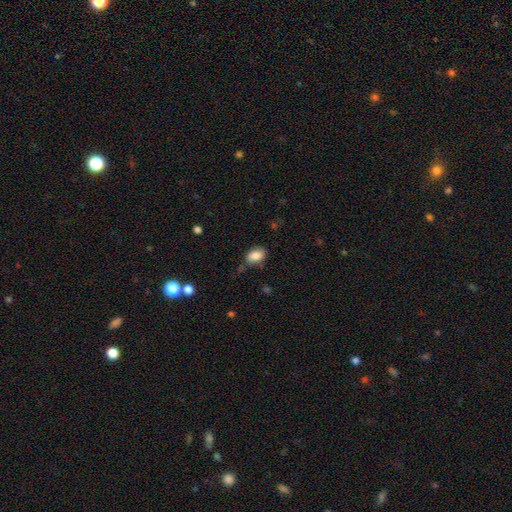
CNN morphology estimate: Smooth or featured: smooth — 85% (star or artifact — 8%)
How rounded: in between — 83% (round — 16%)
Merging: none — 68% (minor disturbance — 23%)